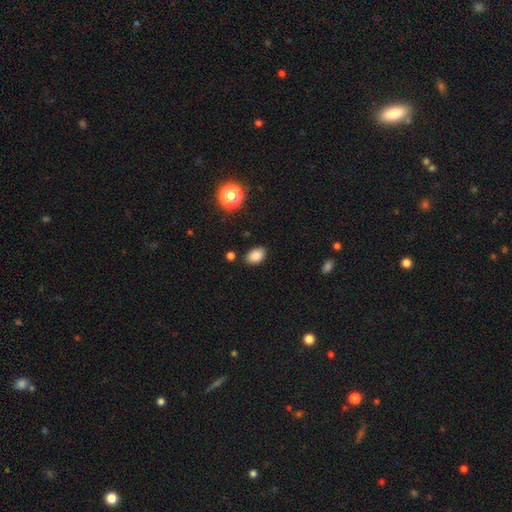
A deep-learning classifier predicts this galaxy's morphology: Smooth or featured?
  - smooth: 85% *
  - star or artifact: 11%
  - featured or disk: 4%
How rounded?
  - in between: 83% *
  - round: 16%
  - cigar-shaped: 1%
Merging?
  - none: 84% *
  - minor disturbance: 11%
  - major disturbance: 3%
  - merger: 2%